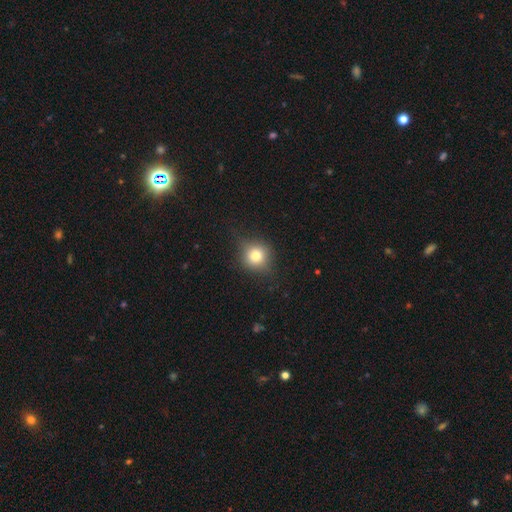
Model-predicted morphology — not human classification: type=smooth (73%); roundness=round (87%); merging=none (76%).